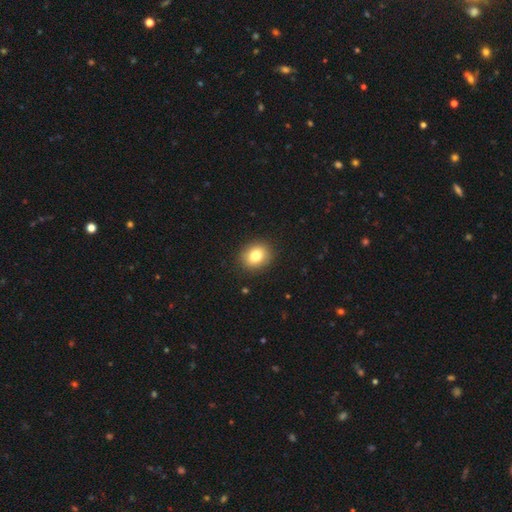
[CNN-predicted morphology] A smooth galaxy with no disk features (81%) that is round (59%). Merging: none (90%).